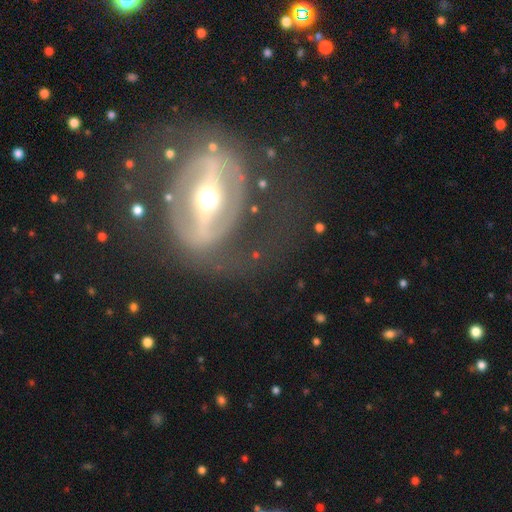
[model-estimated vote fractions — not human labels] smooth_or_featured: featured or disk (p=0.83) [alt: smooth p=0.11]
disk_edge_on: no (p=0.85) [alt: yes p=0.15]
bar: strong (p=0.76) [alt: weak p=0.15]
has_spiral_arms: yes (p=0.51) [alt: no p=0.49]
bulge_size: moderate (p=0.65) [alt: small p=0.21]
merging: none (p=0.65) [alt: major disturbance p=0.19]